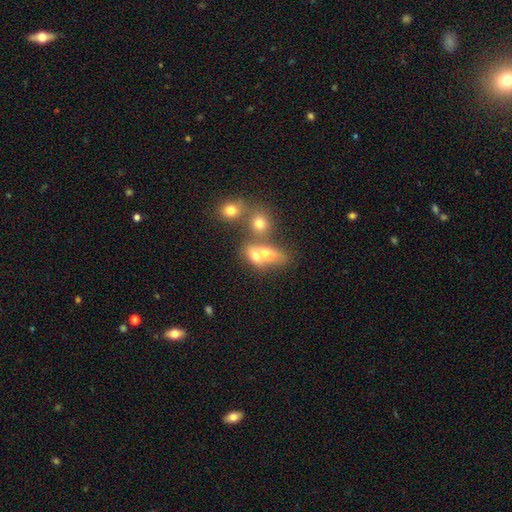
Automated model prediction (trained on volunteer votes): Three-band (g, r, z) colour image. It shows a smooth galaxy with no disk features (65%) that is in between round and cigar-shaped (60%). Merging: merger (57%).